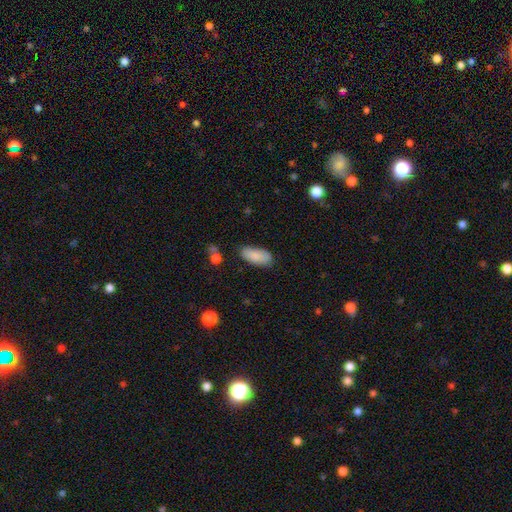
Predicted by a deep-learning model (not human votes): Smooth or featured? smooth (86%)
How rounded? in between (90%)
Merging? none (79%)